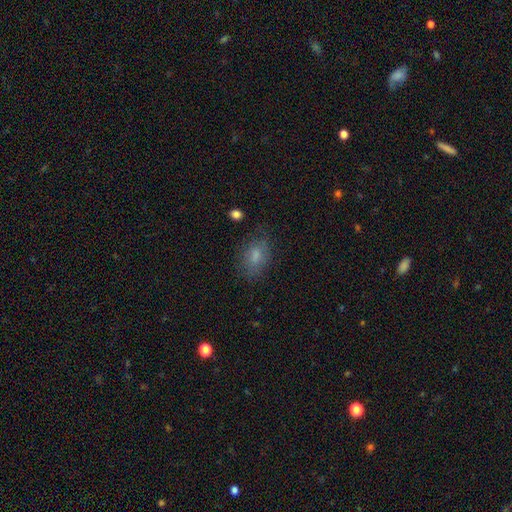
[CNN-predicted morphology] The model was most divided on "merging": none: 70%, minor disturbance: 20%, major disturbance: 8%, merger: 2%. More confident: how rounded — in between (84%); smooth or featured — smooth (74%).